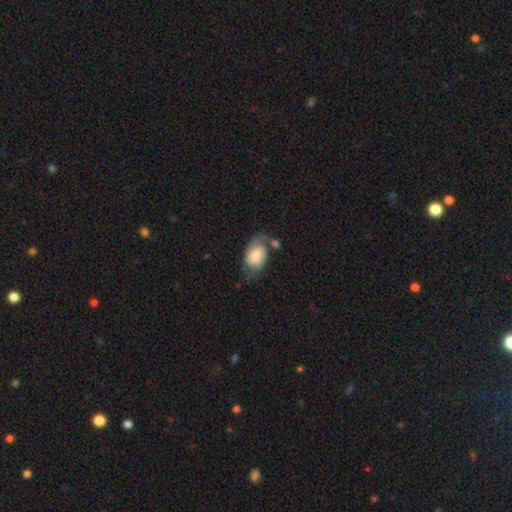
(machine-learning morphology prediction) A smooth galaxy with no disk features (66%) that is in between round and cigar-shaped (88%). Merging: none (39%).